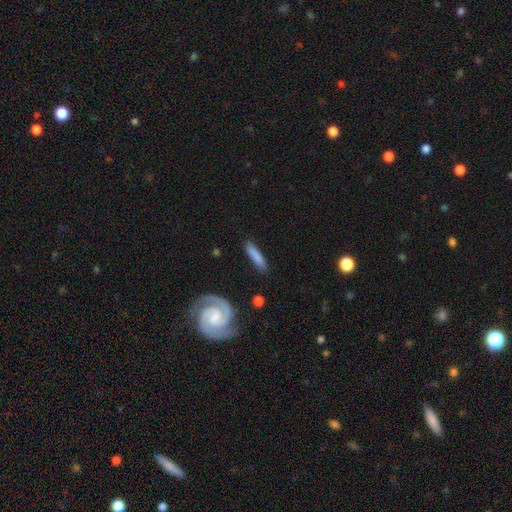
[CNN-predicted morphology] smooth_or_featured: smooth (p=0.73) [alt: featured or disk p=0.21]
how_rounded: cigar-shaped (p=0.82) [alt: in between p=0.16]
merging: none (p=0.84) [alt: minor disturbance p=0.10]